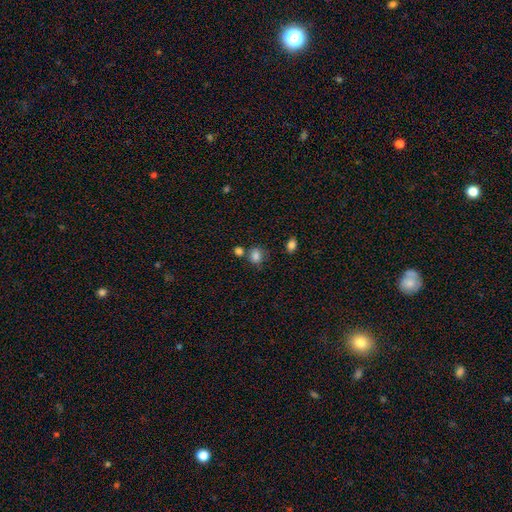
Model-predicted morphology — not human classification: Q: Smooth or featured?
A: smooth (83%); runner-up: star or artifact (11%)
Q: How rounded?
A: round (63%); runner-up: in between (36%)
Q: Merging?
A: none (60%); runner-up: merger (19%)